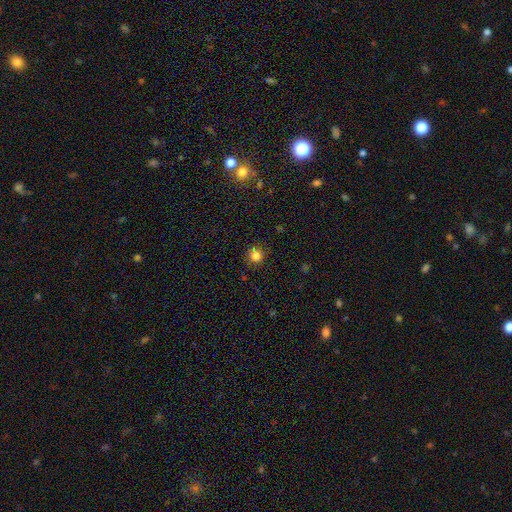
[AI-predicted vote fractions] Morphology: type=smooth (80%); roundness=round (90%); merging=none (82%).